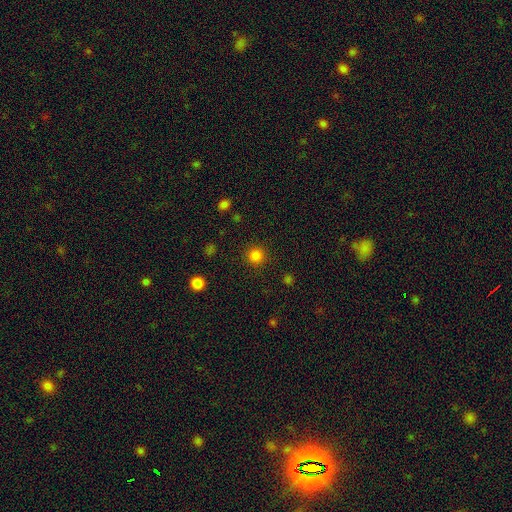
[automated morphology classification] Smooth or featured? Predicted: smooth (p=0.83). How rounded? Predicted: round (p=0.95). Merging? Predicted: none (p=0.90).